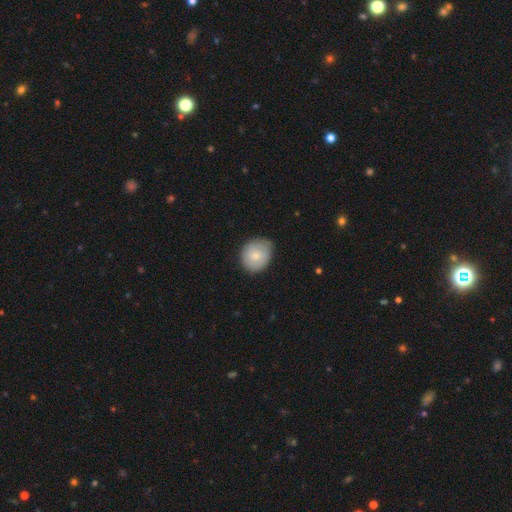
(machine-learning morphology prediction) smooth_or_featured: smooth (p=0.76) [alt: featured or disk p=0.17]
how_rounded: round (p=0.68) [alt: in between p=0.31]
merging: none (p=0.75) [alt: minor disturbance p=0.21]